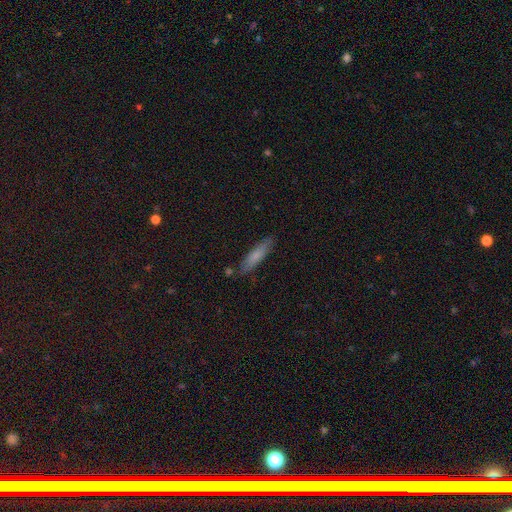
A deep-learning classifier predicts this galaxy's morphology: Smooth or featured? smooth (70%)
How rounded? cigar-shaped (81%)
Merging? none (82%)